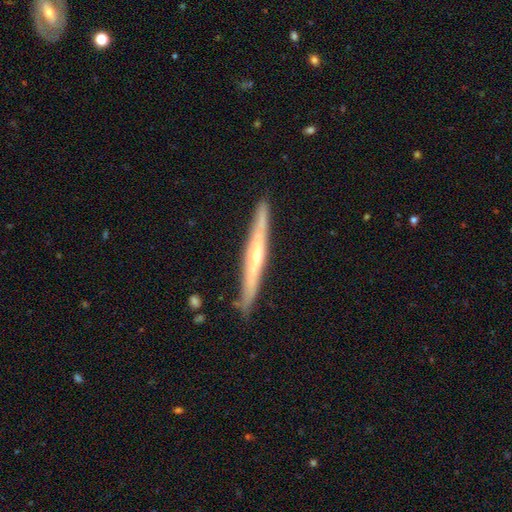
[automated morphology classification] The model was most divided on "edge-on bulge": rounded: 65%, none: 31%, boxy: 4%. More confident: edge-on disk — yes (94%); merging — none (87%); smooth or featured — featured or disk (69%).